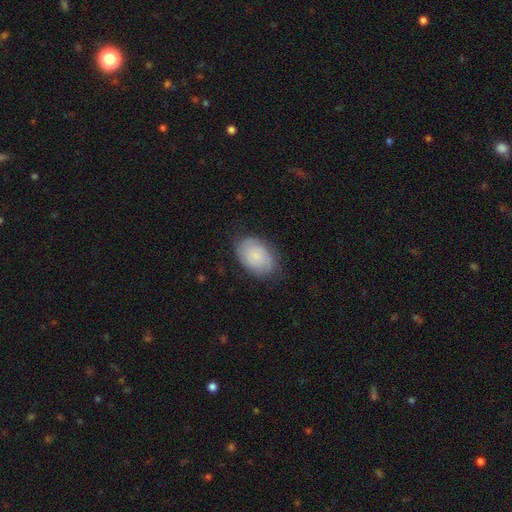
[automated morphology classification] A smooth galaxy with no disk features (64%) that is in between round and cigar-shaped (86%).

Vote fractions:
- Smooth or featured? smooth: 64% / featured or disk: 28% / star or artifact: 7%
- How rounded? in between: 86% / round: 13% / cigar-shaped: 1%
- Merging? none: 73% / minor disturbance: 20% / major disturbance: 6% / merger: 1%